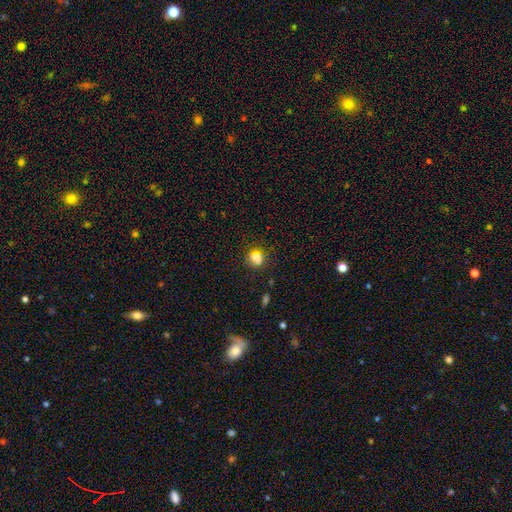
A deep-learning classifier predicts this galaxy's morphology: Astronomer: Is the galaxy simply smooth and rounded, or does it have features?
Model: smooth — 70%.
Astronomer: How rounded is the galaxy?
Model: round — 78%.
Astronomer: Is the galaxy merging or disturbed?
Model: none — 65%.